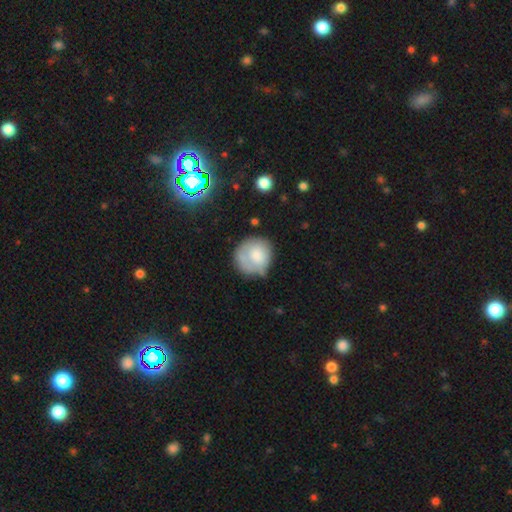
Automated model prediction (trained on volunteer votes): smooth-or-featured: smooth: 69% | featured or disk: 24% | star or artifact: 7%
  how-rounded: round: 85% | in between: 14% | cigar-shaped: 1%
  merging: none: 53% | minor disturbance: 28% | major disturbance: 14% | merger: 6%